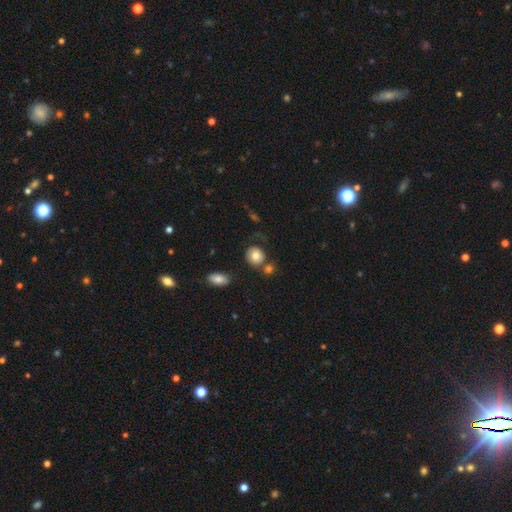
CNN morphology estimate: Smooth or featured? smooth (76%)
How rounded? round (76%)
Merging? none (57%)